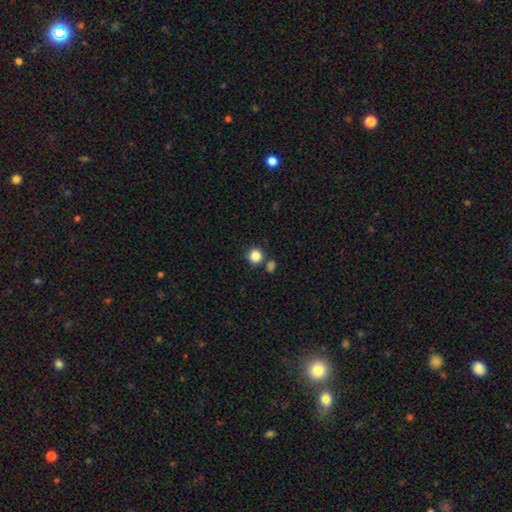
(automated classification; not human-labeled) Smooth or featured? Predicted: smooth (p=0.86). How rounded? Predicted: round (p=0.91). Merging? Predicted: none (p=0.77).